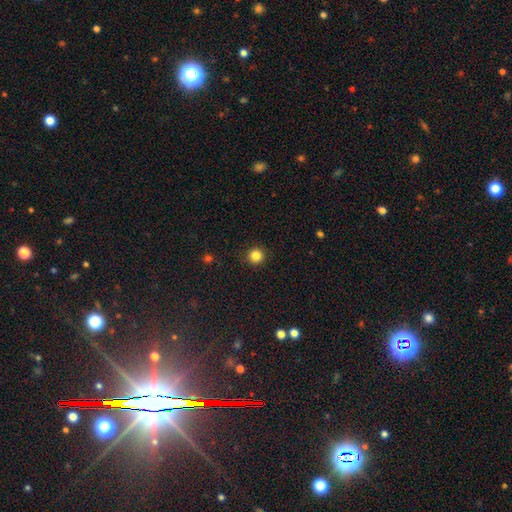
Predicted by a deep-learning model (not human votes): Smooth or featured: smooth — 84% (star or artifact — 12%)
How rounded: round — 95% (in between — 4%)
Merging: none — 92% (minor disturbance — 5%)